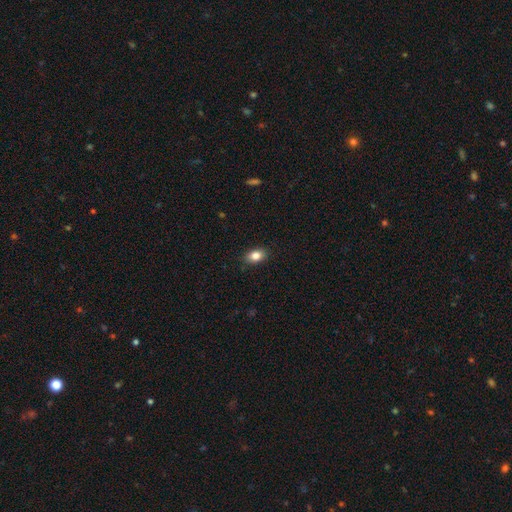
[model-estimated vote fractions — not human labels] Smooth or featured: smooth — 84% (star or artifact — 9%)
How rounded: in between — 83% (round — 15%)
Merging: none — 88% (minor disturbance — 9%)